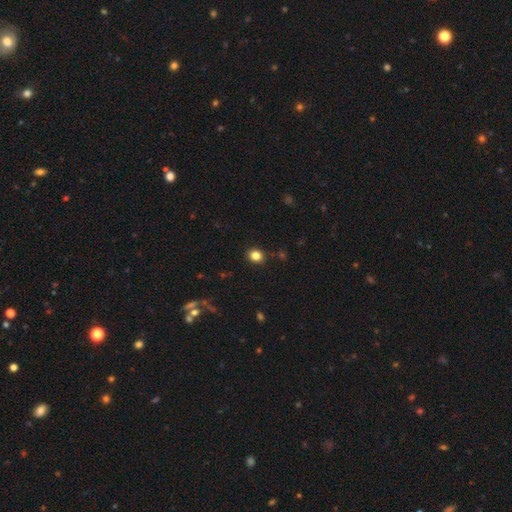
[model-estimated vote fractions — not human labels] The model was most divided on "how rounded": round: 74%, in between: 25%, cigar-shaped: 1%. More confident: merging — none (89%); smooth or featured — smooth (83%).